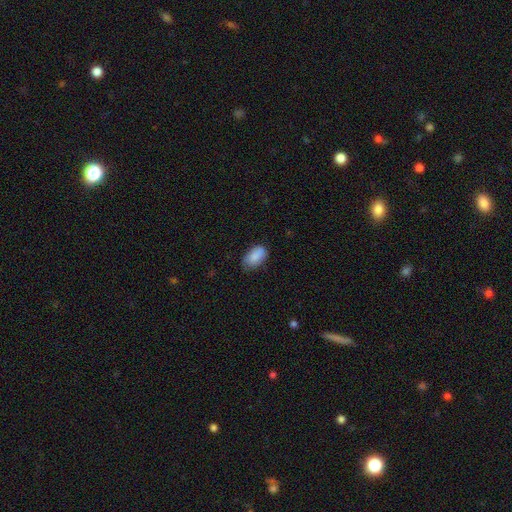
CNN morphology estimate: A smooth galaxy with no disk features (84%) that is in between round and cigar-shaped (93%). Merging: none (68%).